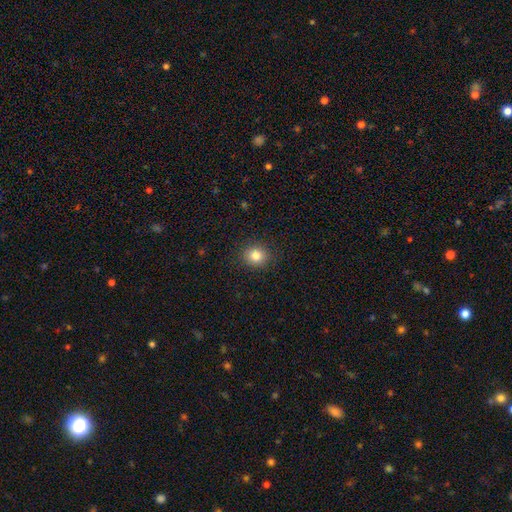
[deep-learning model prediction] Q: Smooth or featured?
A: smooth (83%); runner-up: star or artifact (11%)
Q: How rounded?
A: round (81%); runner-up: in between (18%)
Q: Merging?
A: none (90%); runner-up: minor disturbance (7%)